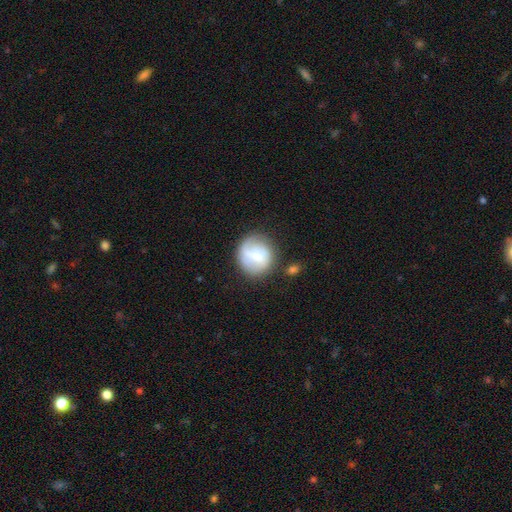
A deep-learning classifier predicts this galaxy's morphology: Overall: featured or disk (48%; smooth 45%). Merging: none (64%).